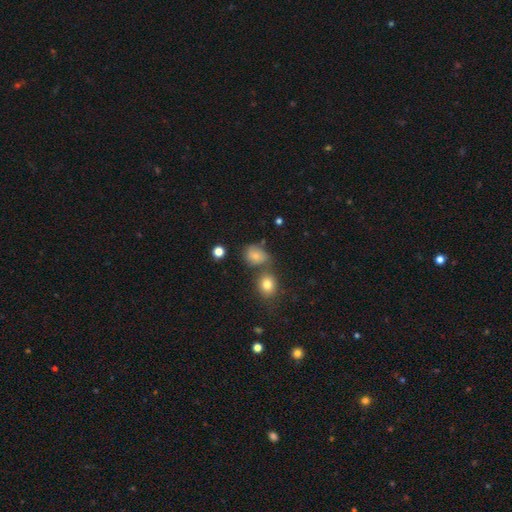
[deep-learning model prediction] Smooth or featured?
  - smooth: 73% *
  - featured or disk: 13%
  - star or artifact: 13%
How rounded?
  - round: 53% *
  - in between: 46%
  - cigar-shaped: 1%
Merging?
  - none: 56% *
  - minor disturbance: 20%
  - merger: 16%
  - major disturbance: 7%